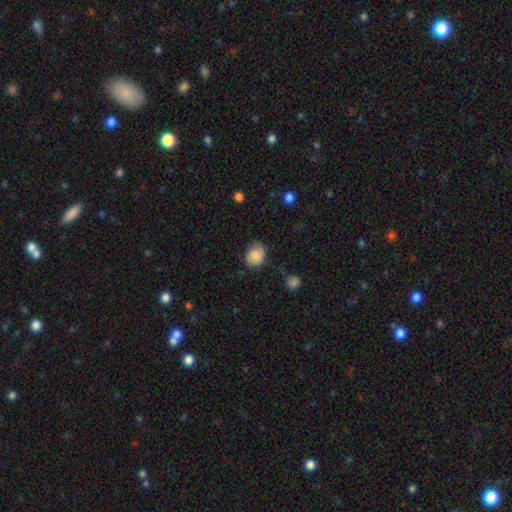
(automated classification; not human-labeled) Morphology: type=smooth (75%); roundness=round (55%); merging=none (61%).